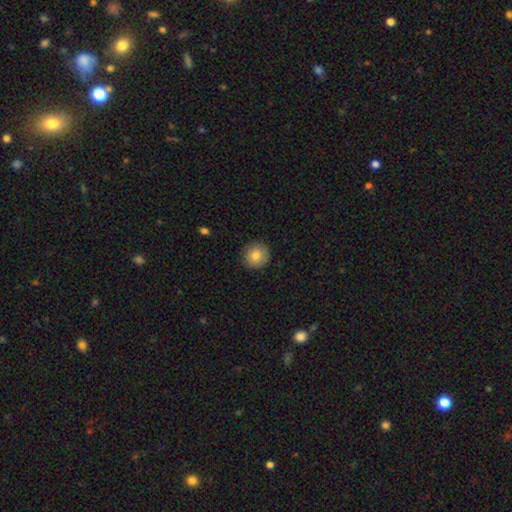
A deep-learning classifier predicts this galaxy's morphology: This is clearly a smooth galaxy (82%). How rounded: clearly round (93%). Merging: clearly none (88%).